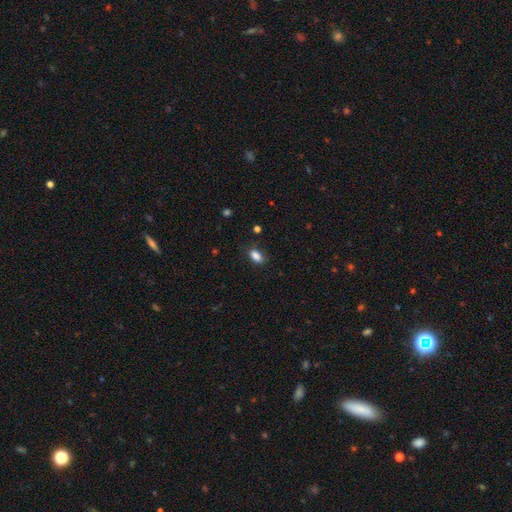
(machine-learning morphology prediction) smooth-or-featured: smooth: 87% | star or artifact: 9% | featured or disk: 4%
  how-rounded: in between: 88% | round: 8% | cigar-shaped: 4%
  merging: none: 79% | minor disturbance: 16% | major disturbance: 4% | merger: 2%